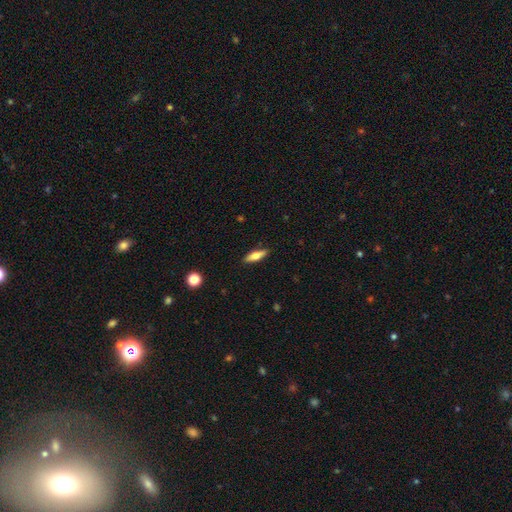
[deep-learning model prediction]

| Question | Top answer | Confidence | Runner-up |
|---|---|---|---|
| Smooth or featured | smooth | 57% | featured or disk (36%) |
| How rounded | cigar-shaped | 53% | in between (44%) |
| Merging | none | 89% | minor disturbance (8%) |